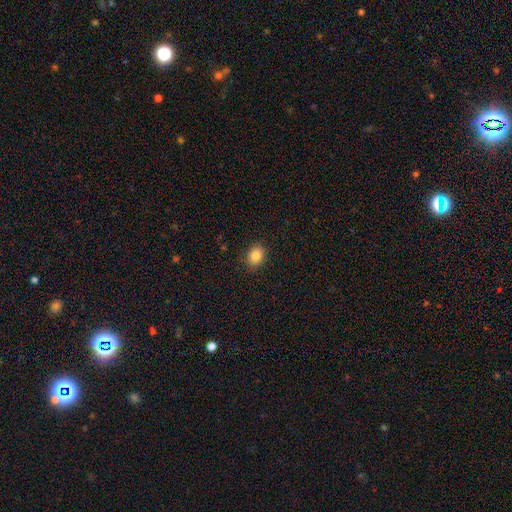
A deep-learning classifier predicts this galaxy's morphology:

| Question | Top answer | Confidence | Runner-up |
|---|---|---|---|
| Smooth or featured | smooth | 85% | star or artifact (9%) |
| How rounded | in between | 54% | round (45%) |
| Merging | none | 89% | minor disturbance (8%) |